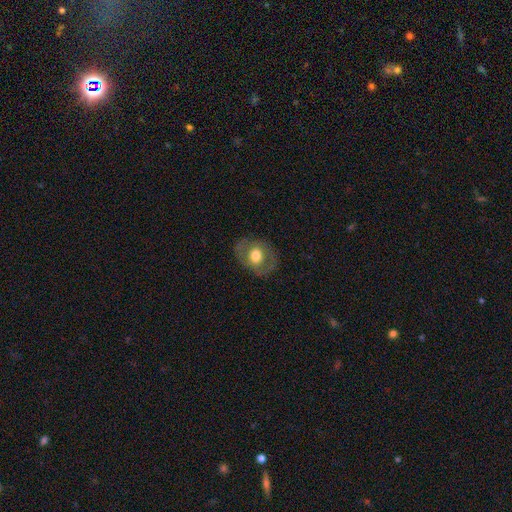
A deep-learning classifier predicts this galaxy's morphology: A smooth galaxy with no disk features (51%) that is in between round and cigar-shaped (50%).

Vote fractions:
- Smooth or featured? smooth: 51% / featured or disk: 41% / star or artifact: 8%
- How rounded? in between: 50% / round: 49% / cigar-shaped: 1%
- Merging? none: 79% / minor disturbance: 13% / major disturbance: 6% / merger: 1%